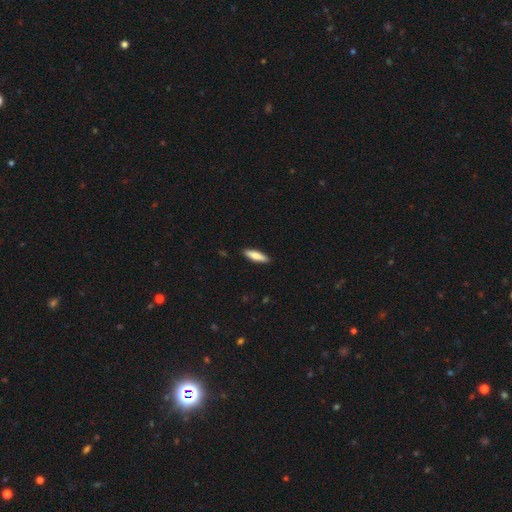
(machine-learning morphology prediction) smooth-or-featured: smooth: 80% | featured or disk: 15% | star or artifact: 5%
  how-rounded: cigar-shaped: 67% | in between: 32% | round: 2%
  merging: none: 89% | minor disturbance: 8% | major disturbance: 2% | merger: 1%